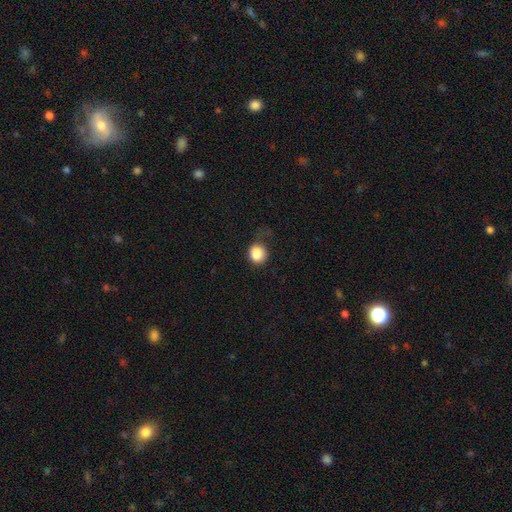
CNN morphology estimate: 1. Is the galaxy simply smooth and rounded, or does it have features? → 87% smooth, 9% star or artifact, 4% featured or disk.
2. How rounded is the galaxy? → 79% round, 20% in between, 1% cigar-shaped.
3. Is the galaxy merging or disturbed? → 58% none, 26% minor disturbance, 14% major disturbance, 2% merger.